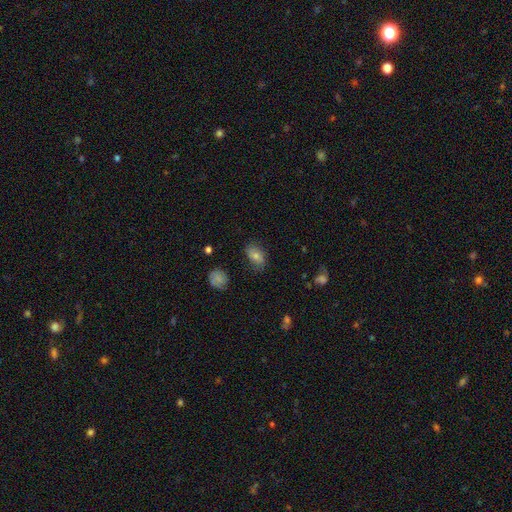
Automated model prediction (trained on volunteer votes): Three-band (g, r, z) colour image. It shows a smooth galaxy with no disk features (66%) that is in between round and cigar-shaped (84%). Merging: none (72%).